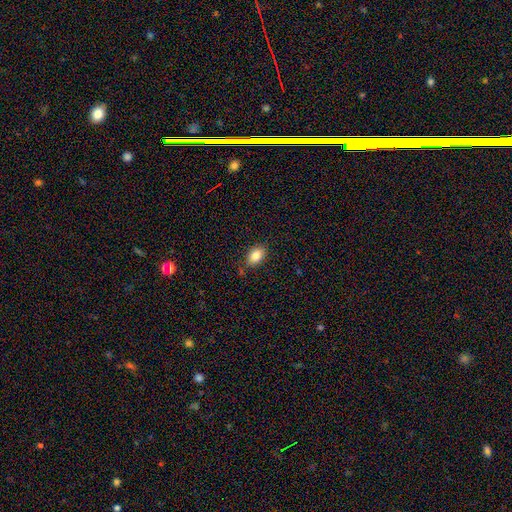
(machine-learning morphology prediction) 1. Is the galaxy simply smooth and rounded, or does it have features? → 86% smooth, 8% star or artifact, 6% featured or disk.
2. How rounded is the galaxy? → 86% in between, 12% round, 2% cigar-shaped.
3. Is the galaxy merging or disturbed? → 80% none, 15% minor disturbance, 3% major disturbance, 2% merger.